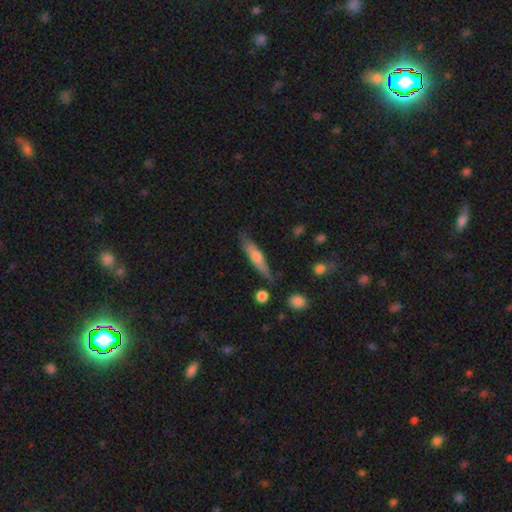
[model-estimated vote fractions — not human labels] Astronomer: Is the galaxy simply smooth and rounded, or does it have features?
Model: smooth — 59% (runner-up: featured or disk, 35%).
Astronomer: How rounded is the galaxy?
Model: cigar-shaped — 82%.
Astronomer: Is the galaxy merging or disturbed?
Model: none — 73%.